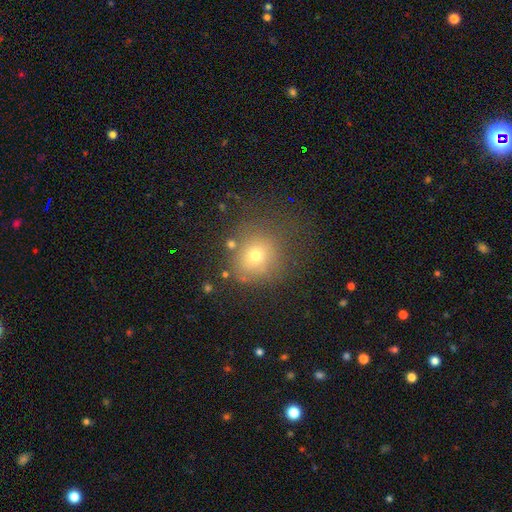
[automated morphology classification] This is likely a smooth galaxy (67%). How rounded: clearly round (82%). Merging: likely none (66%).